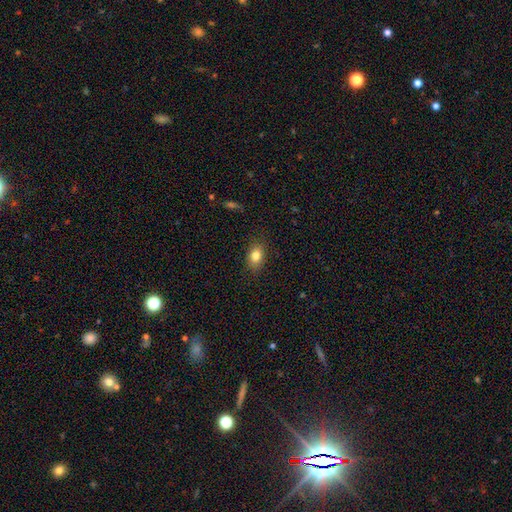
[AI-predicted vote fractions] The model was most divided on "how rounded": in between: 76%, round: 22%, cigar-shaped: 2%. More confident: merging — none (84%); smooth or featured — smooth (81%).